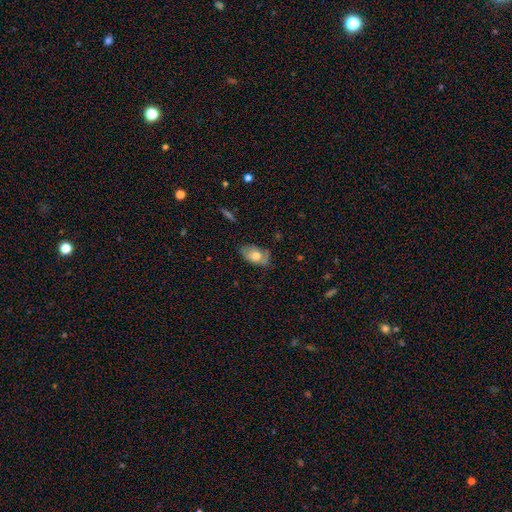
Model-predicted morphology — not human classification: Q: Smooth or featured?
A: smooth (66%); runner-up: featured or disk (27%)
Q: How rounded?
A: in between (91%); runner-up: round (7%)
Q: Merging?
A: none (59%); runner-up: minor disturbance (30%)